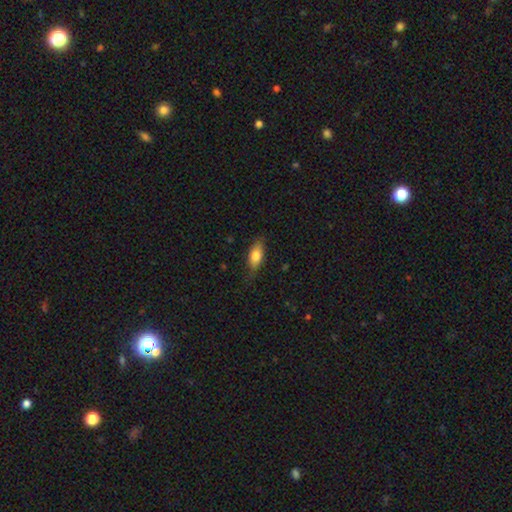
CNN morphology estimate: Smooth or featured? smooth (77%)
How rounded? in between (83%)
Merging? none (73%)